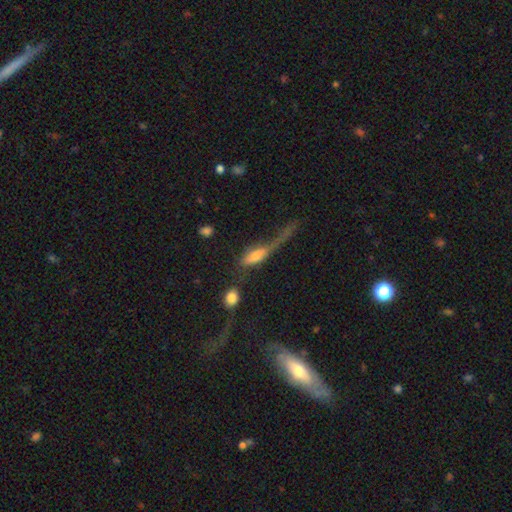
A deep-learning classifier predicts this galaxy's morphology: A smooth galaxy with no disk features (50%).

Vote fractions:
- Smooth or featured? smooth: 50% / featured or disk: 40% / star or artifact: 11%
- Merging? major disturbance: 45% / none: 22% / minor disturbance: 17% / merger: 16%